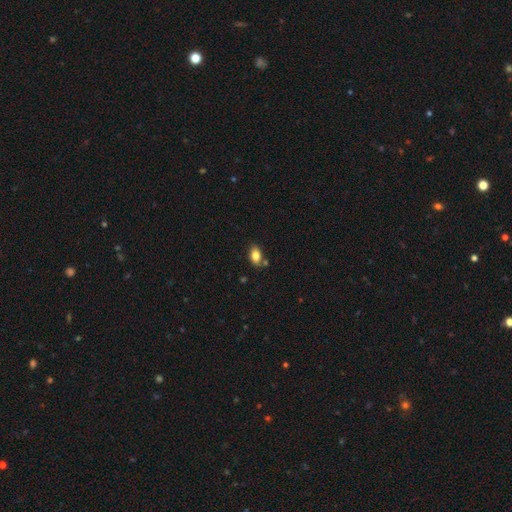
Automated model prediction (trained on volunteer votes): Morphology: type=smooth (83%); roundness=in between (88%); merging=none (75%).